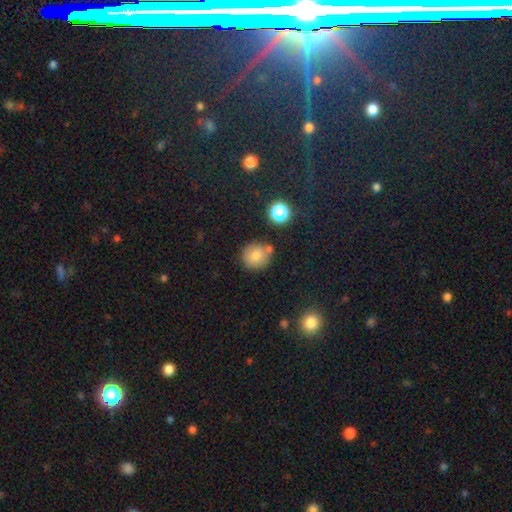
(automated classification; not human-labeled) Smooth or featured?
  - smooth: 79% *
  - star or artifact: 12%
  - featured or disk: 9%
How rounded?
  - round: 90% *
  - in between: 9%
  - cigar-shaped: 1%
Merging?
  - none: 72% *
  - merger: 12%
  - minor disturbance: 12%
  - major disturbance: 3%